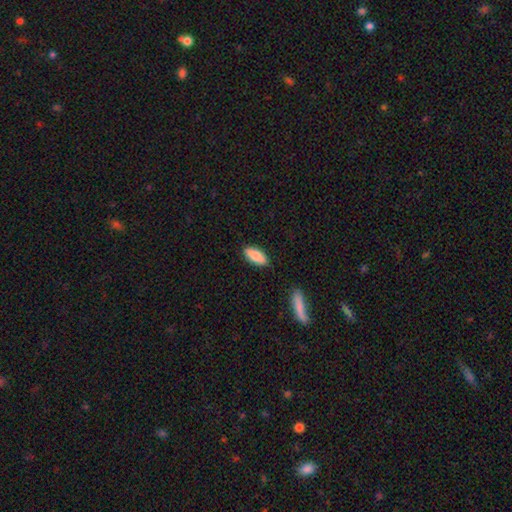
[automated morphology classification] smooth_or_featured: smooth (p=0.86) [alt: featured or disk p=0.08]
how_rounded: in between (p=0.77) [alt: cigar-shaped p=0.21]
merging: none (p=0.85) [alt: minor disturbance p=0.11]